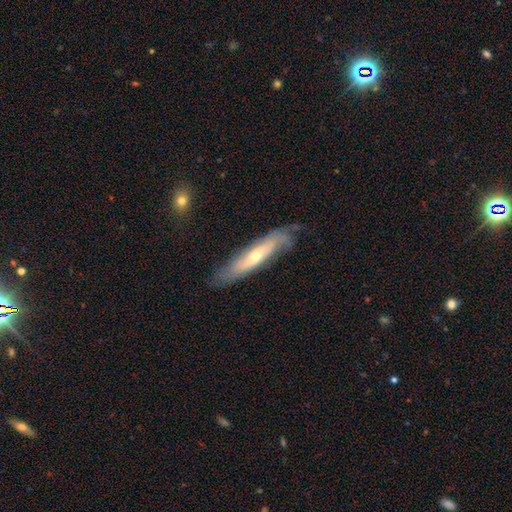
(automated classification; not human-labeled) A featured or disk galaxy (58%) viewed edge-on (54%).

Vote fractions:
- Smooth or featured? featured or disk: 58% / smooth: 36% / star or artifact: 6%
- Edge-on disk? yes: 54% / no: 46%
- Merging? none: 68% / minor disturbance: 22% / major disturbance: 8% / merger: 2%